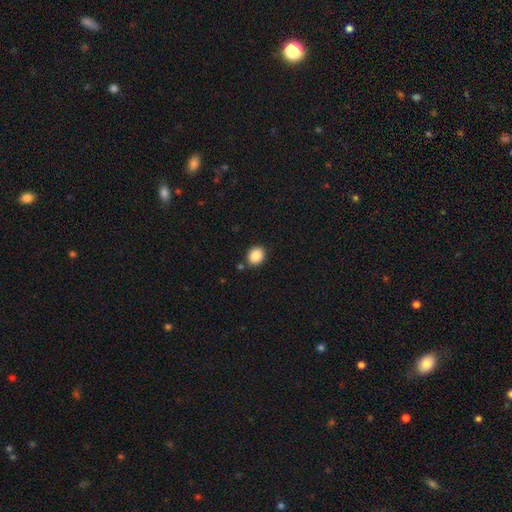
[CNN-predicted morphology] smooth_or_featured: smooth (p=0.88) [alt: star or artifact p=0.09]
how_rounded: round (p=0.65) [alt: in between p=0.34]
merging: none (p=0.84) [alt: minor disturbance p=0.10]